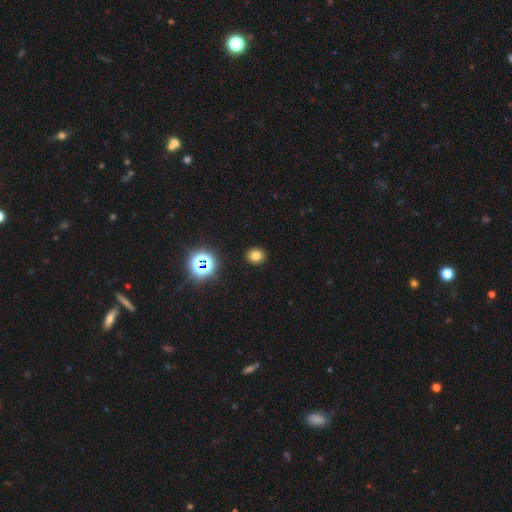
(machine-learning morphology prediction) A smooth galaxy with no disk features (73%) that is round (79%).

Vote fractions:
- Smooth or featured? smooth: 73% / star or artifact: 20% / featured or disk: 7%
- How rounded? round: 79% / in between: 20% / cigar-shaped: 1%
- Merging? none: 91% / minor disturbance: 6% / major disturbance: 2% / merger: 1%